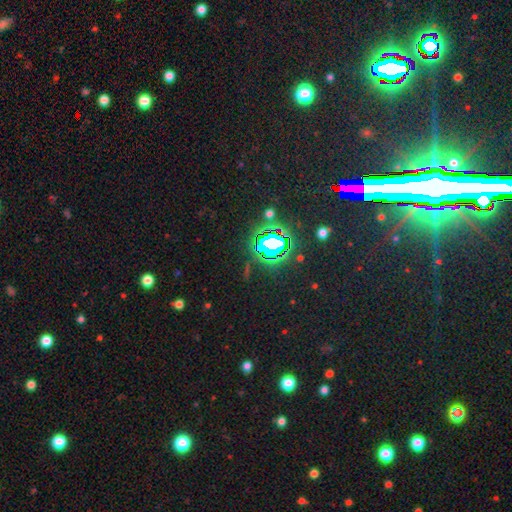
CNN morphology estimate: smooth-or-featured: star or artifact: 76% | smooth: 12% | featured or disk: 12%